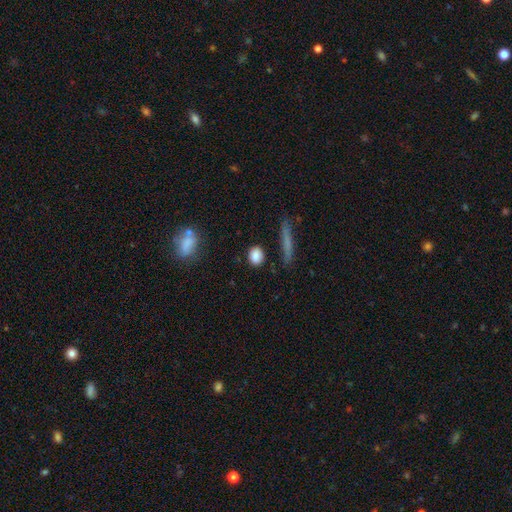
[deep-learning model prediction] A smooth galaxy with no disk features (86%) that is round (60%). Merging: none (82%).